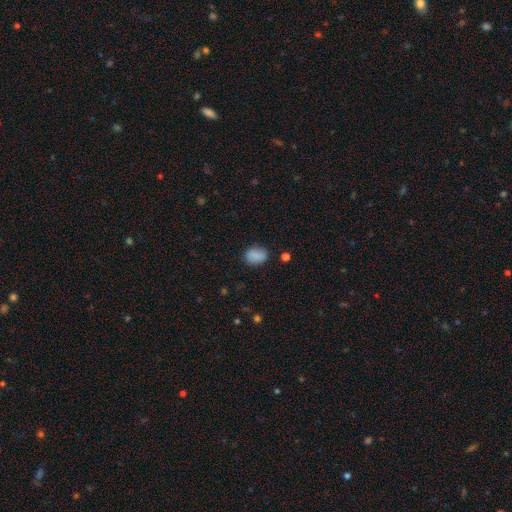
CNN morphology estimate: Smooth or featured? Predicted: smooth (p=0.86). How rounded? Predicted: in between (p=0.65). Merging? Predicted: none (p=0.79).